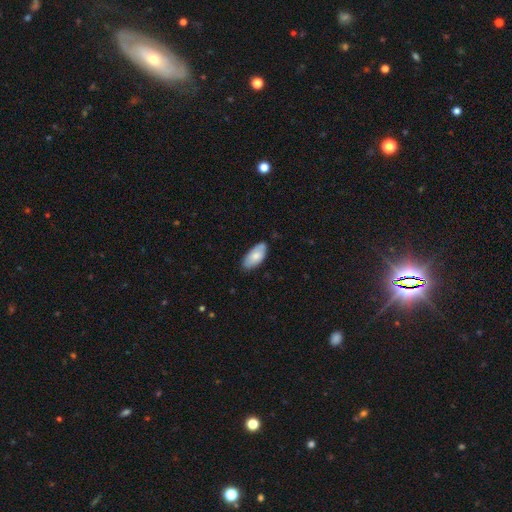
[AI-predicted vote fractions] Overall: smooth (78%). How rounded: in between (92%). Merging: none (75%).